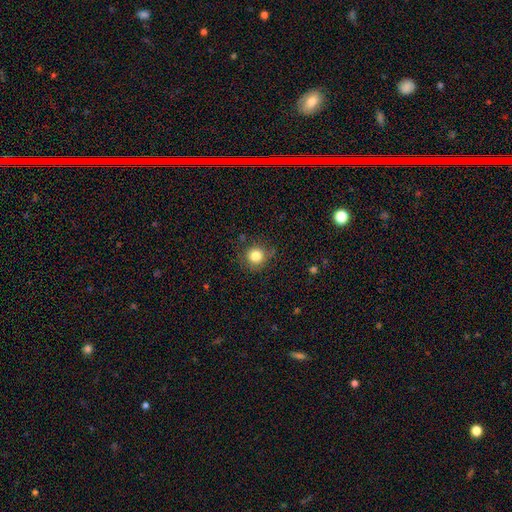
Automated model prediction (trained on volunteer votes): This is clearly a smooth galaxy (83%). How rounded: clearly round (91%). Merging: clearly none (82%).